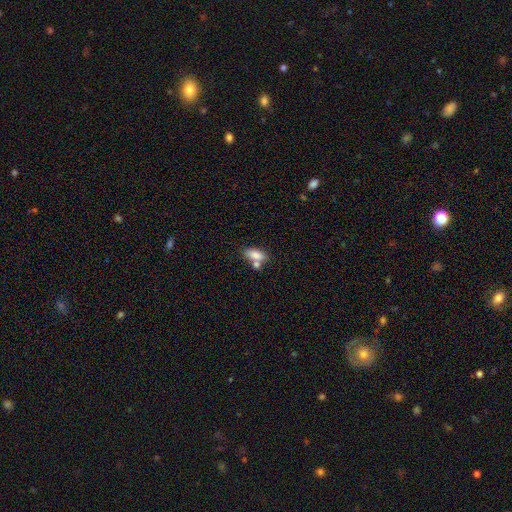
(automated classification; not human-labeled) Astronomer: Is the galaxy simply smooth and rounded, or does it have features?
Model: smooth — 82%.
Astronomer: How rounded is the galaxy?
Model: in between — 83%.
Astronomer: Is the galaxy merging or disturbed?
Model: none — 50% (runner-up: merger, 32%).